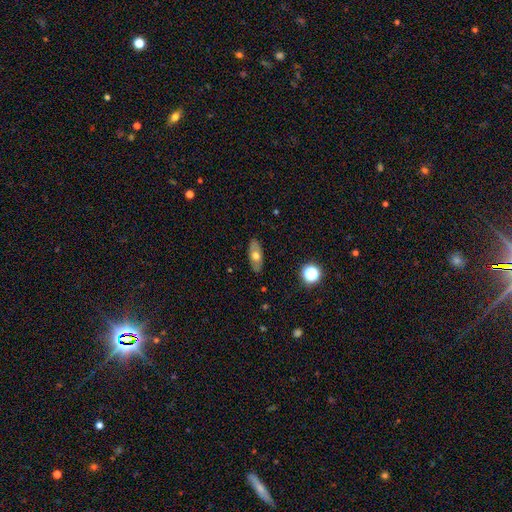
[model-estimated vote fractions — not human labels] The model was most divided on "smooth or featured": smooth: 57%, featured or disk: 35%, star or artifact: 8%. More confident: merging — none (87%); how rounded — in between (80%).